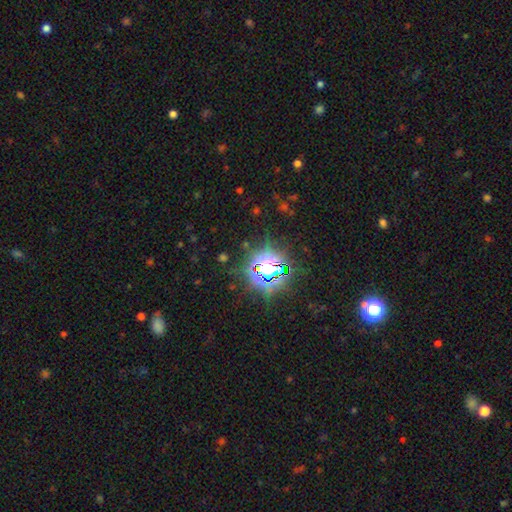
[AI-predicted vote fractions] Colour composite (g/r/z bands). It shows a star or artifact, not a galaxy (80%).